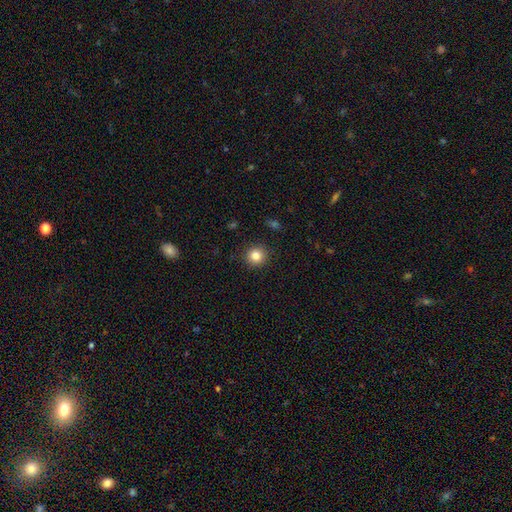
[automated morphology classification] Overall: smooth (84%). How rounded: round (94%). Merging: none (92%).